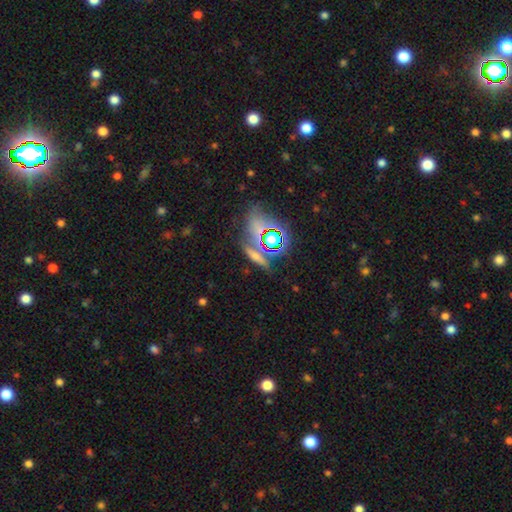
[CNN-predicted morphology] Overall: smooth (44%; star or artifact 34%). Merging: none (66%).